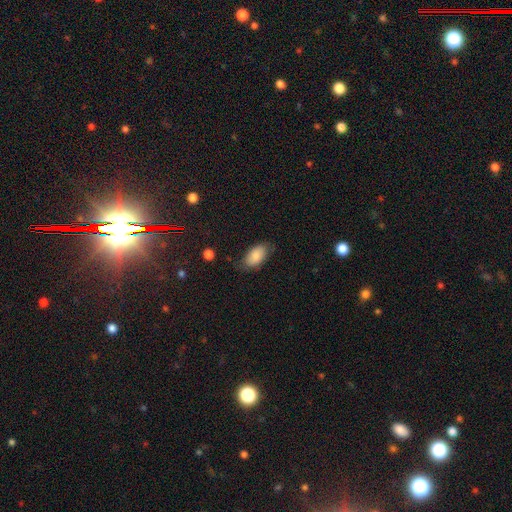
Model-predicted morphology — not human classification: This appears to be a smooth galaxy with no disk features (84%) that is in between round and cigar-shaped (93%). Merging: none (71%).